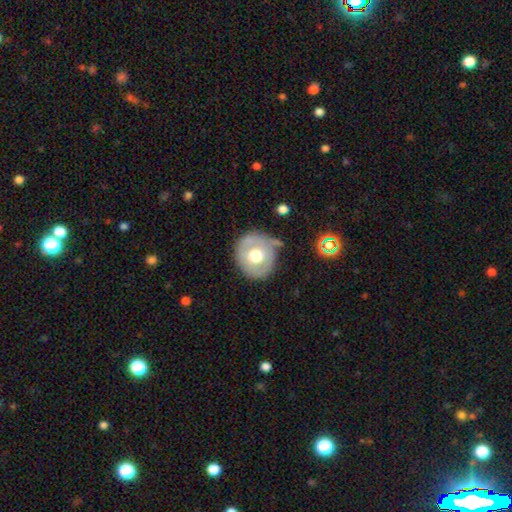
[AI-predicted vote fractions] Smooth or featured: smooth — 54% (featured or disk — 39%)
How rounded: round — 85% (in between — 14%)
Merging: none — 68% (minor disturbance — 20%)